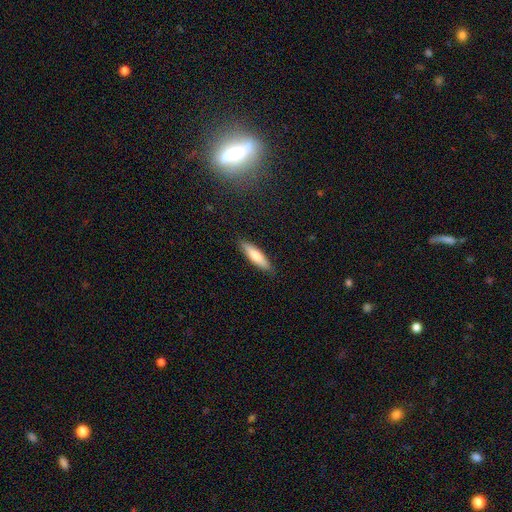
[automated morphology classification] The model was most divided on "how rounded": cigar-shaped: 70%, in between: 29%, round: 1%. More confident: merging — none (88%); smooth or featured — smooth (77%).